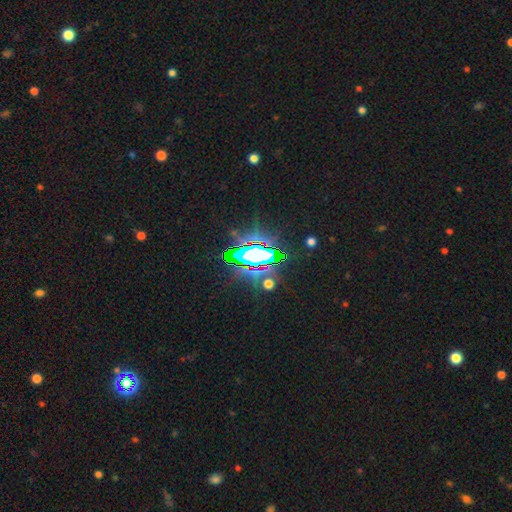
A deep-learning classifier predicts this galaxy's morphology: A star or artifact, not a galaxy (73%).